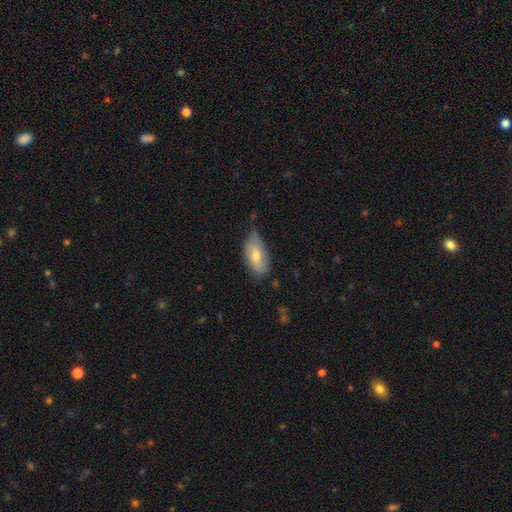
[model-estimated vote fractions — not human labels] Smooth or featured: smooth — 60% (featured or disk — 33%)
How rounded: in between — 89% (cigar-shaped — 7%)
Merging: none — 59% (minor disturbance — 34%)